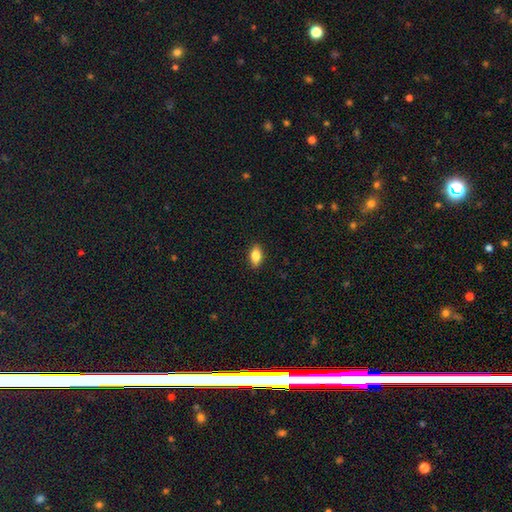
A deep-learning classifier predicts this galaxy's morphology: A smooth galaxy with no disk features (81%) that is in between round and cigar-shaped (88%).

Vote fractions:
- Smooth or featured? smooth: 81% / featured or disk: 11% / star or artifact: 8%
- How rounded? in between: 88% / cigar-shaped: 7% / round: 5%
- Merging? none: 89% / minor disturbance: 8% / major disturbance: 2% / merger: 1%